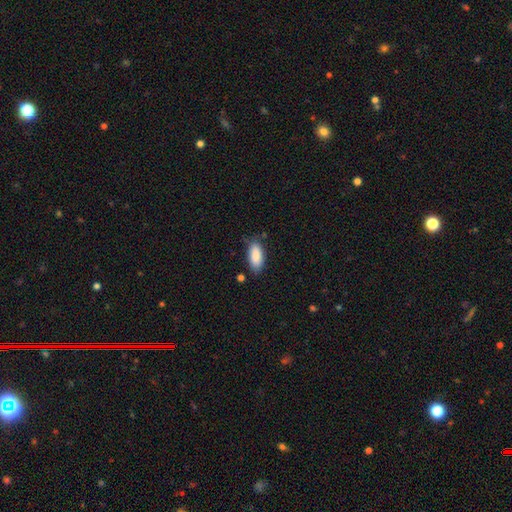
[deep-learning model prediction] smooth-or-featured: smooth: 88% | star or artifact: 6% | featured or disk: 6%
  how-rounded: in between: 86% | cigar-shaped: 12% | round: 2%
  merging: none: 74% | minor disturbance: 19% | major disturbance: 4% | merger: 3%